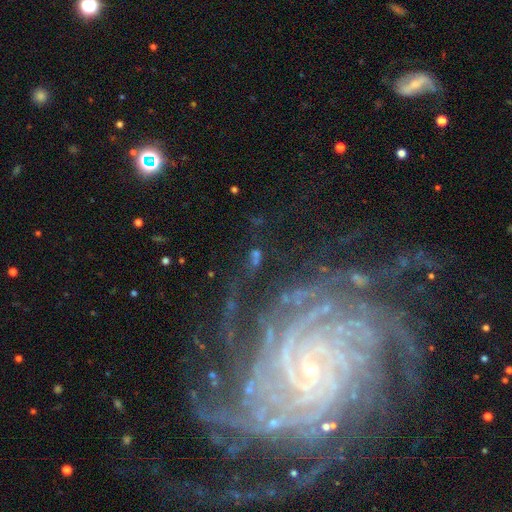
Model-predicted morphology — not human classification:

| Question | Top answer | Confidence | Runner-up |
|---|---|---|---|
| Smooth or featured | featured or disk | 54% | star or artifact (24%) |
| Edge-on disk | no | 92% | yes (8%) |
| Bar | no | 44% | weak (31%) |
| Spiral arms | yes | 82% | no (18%) |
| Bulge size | small | 53% | moderate (27%) |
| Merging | none | 58% | minor disturbance (18%) |